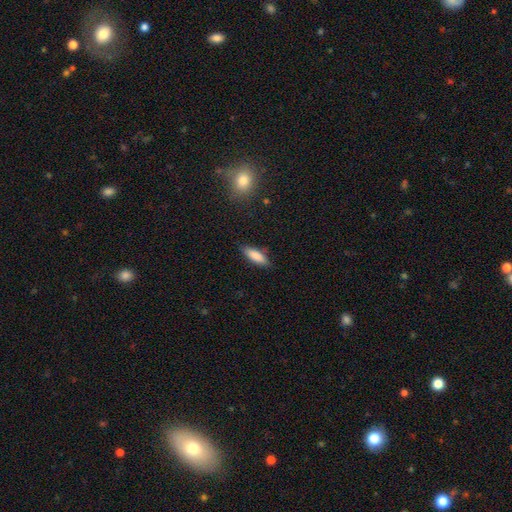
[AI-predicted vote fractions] Smooth or featured?
  - smooth: 84% *
  - featured or disk: 9%
  - star or artifact: 7%
How rounded?
  - in between: 56% *
  - cigar-shaped: 42%
  - round: 2%
Merging?
  - none: 84% *
  - minor disturbance: 13%
  - major disturbance: 3%
  - merger: 1%